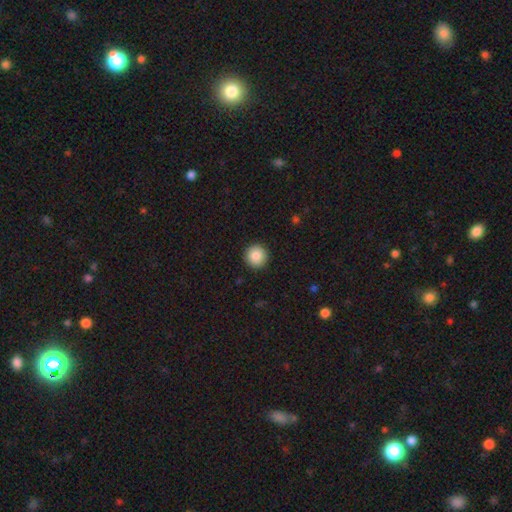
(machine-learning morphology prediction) This is clearly a smooth galaxy (87%). How rounded: clearly round (95%). Merging: clearly none (93%).